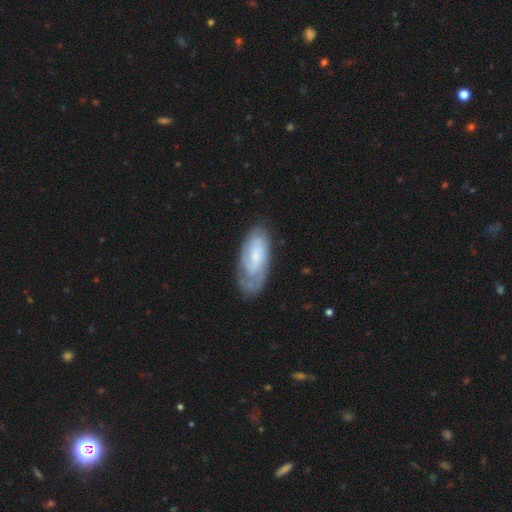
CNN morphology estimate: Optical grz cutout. It shows a featured or disk galaxy (57%) with no bar (66%), spiral arms (82%) and a small central bulge (54%). Merging: none (66%).